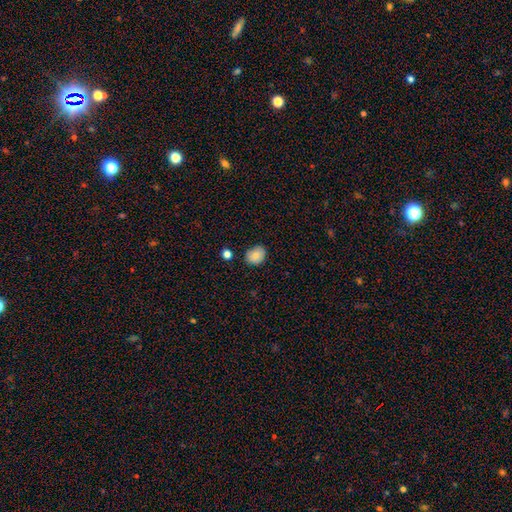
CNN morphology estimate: type=smooth (84%); roundness=round (53%); merging=none (78%).